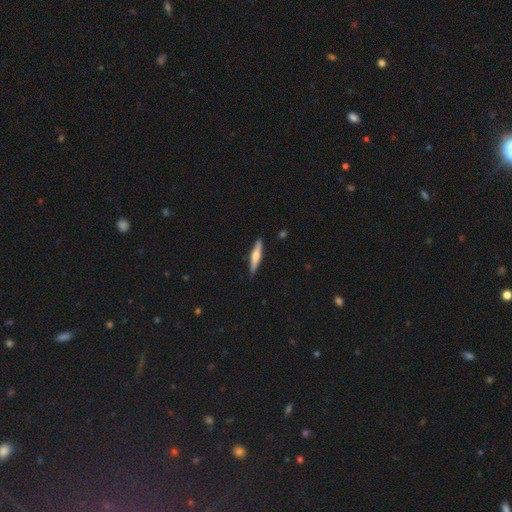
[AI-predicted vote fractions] smooth-or-featured: featured or disk: 52% | smooth: 43% | star or artifact: 5%
  disk-edge-on: yes: 96% | no: 4%
  merging: none: 88% | minor disturbance: 9% | major disturbance: 2% | merger: 1%